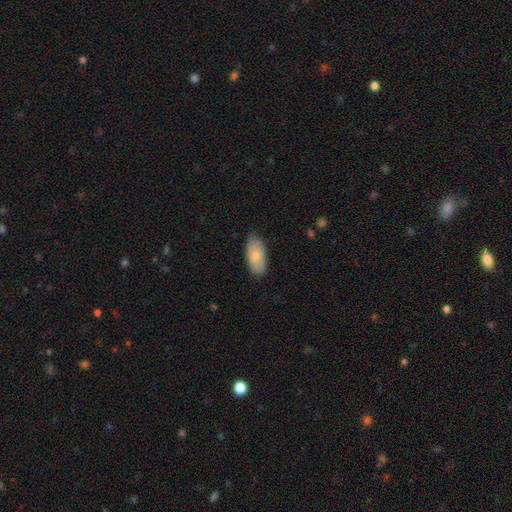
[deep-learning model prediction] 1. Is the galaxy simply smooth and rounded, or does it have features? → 76% smooth, 18% featured or disk, 6% star or artifact.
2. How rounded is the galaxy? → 92% in between, 5% cigar-shaped, 3% round.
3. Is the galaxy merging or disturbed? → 72% none, 23% minor disturbance, 3% major disturbance, 1% merger.